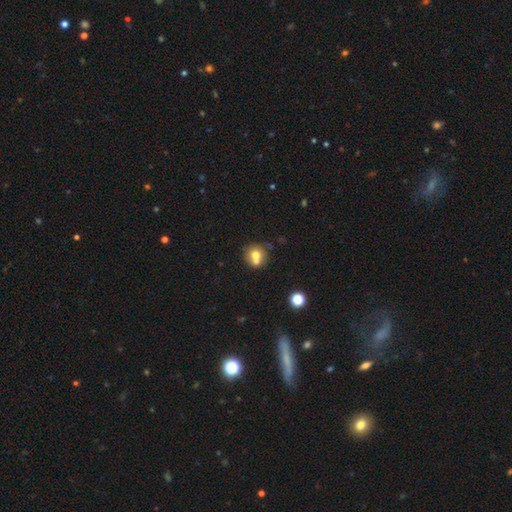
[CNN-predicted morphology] Smooth or featured? smooth (70%)
How rounded? round (83%)
Merging? none (44%)